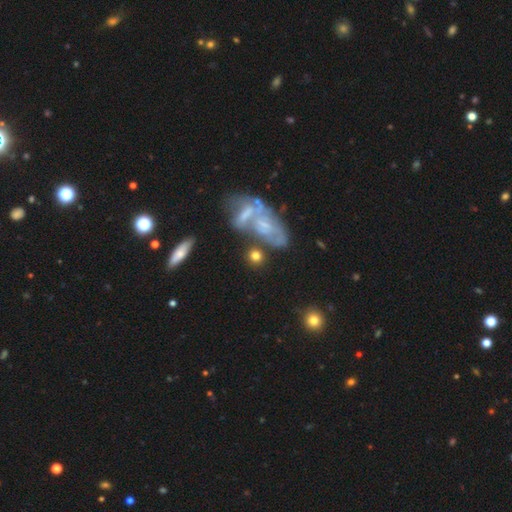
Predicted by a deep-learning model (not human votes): This appears to be a smooth galaxy with no disk features (69%) that is round (71%). Merging: none (53%).